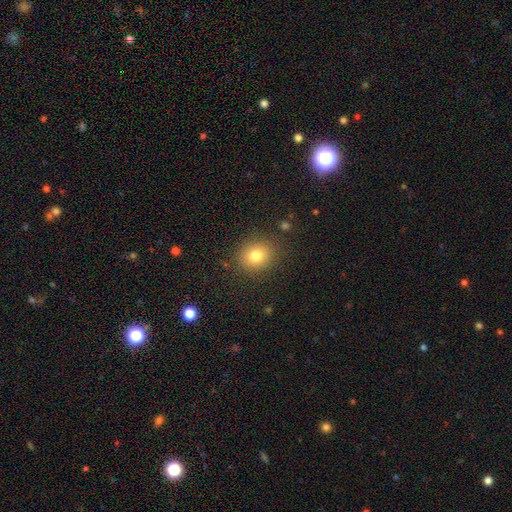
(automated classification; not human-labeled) Overall: smooth (79%). How rounded: round (77%). Merging: none (86%).